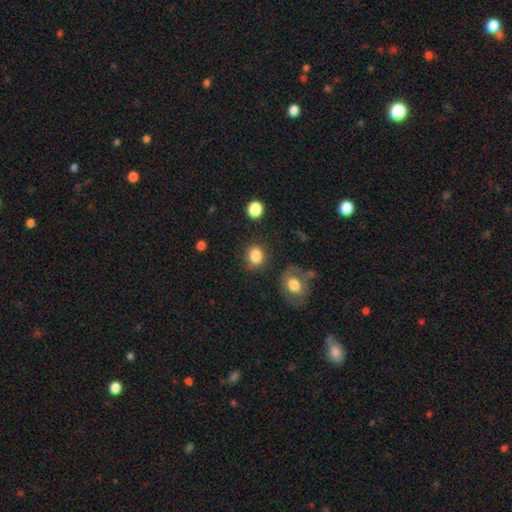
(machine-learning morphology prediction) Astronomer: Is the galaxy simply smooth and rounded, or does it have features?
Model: smooth — 85%.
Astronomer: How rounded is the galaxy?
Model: round — 71%.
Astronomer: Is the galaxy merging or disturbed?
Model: none — 77%.